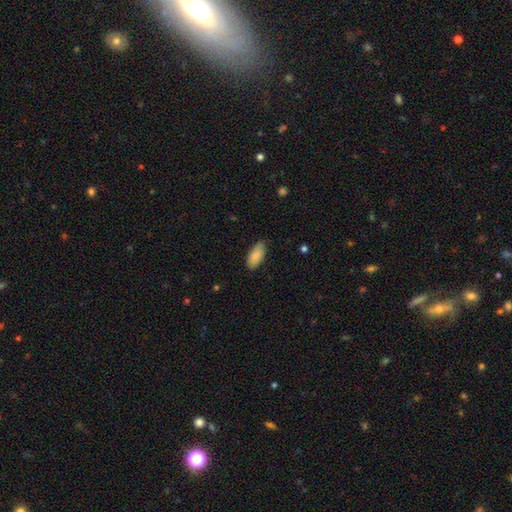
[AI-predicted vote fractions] Overall: smooth (87%). How rounded: in between (90%). Merging: none (84%).